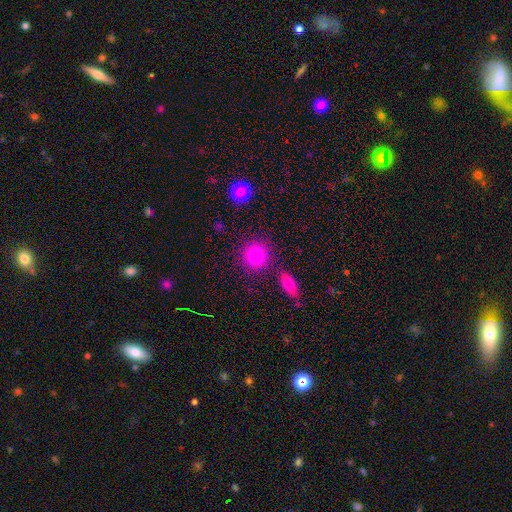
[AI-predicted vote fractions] Morphology: type=smooth (79%); roundness=round (91%); merging=none (83%).